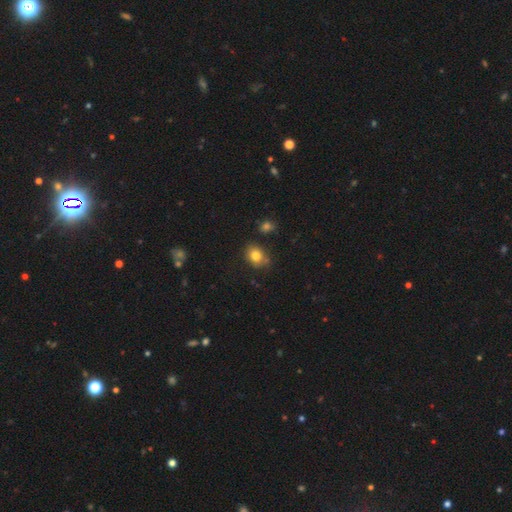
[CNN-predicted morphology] Overall: smooth (82%). How rounded: in between (52%; round 47%). Merging: none (73%).